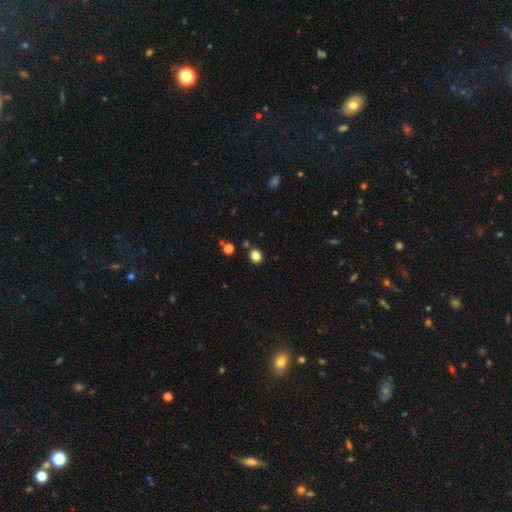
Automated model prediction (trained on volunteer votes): Morphology: type=smooth (82%); roundness=round (66%); merging=none (86%).